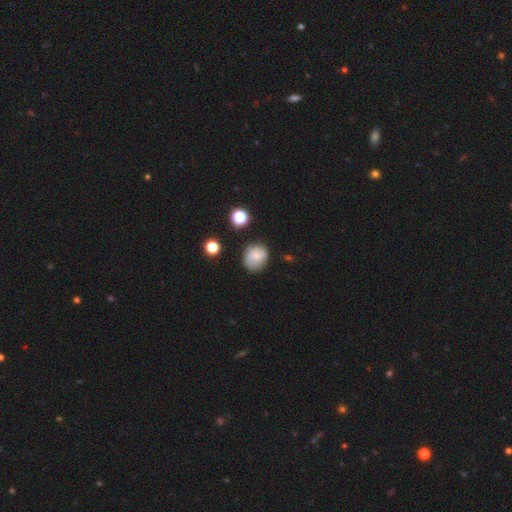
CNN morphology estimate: A smooth galaxy with no disk features (65%) that is round (73%).

Vote fractions:
- Smooth or featured? smooth: 65% / featured or disk: 24% / star or artifact: 11%
- How rounded? round: 73% / in between: 26% / cigar-shaped: 1%
- Merging? none: 69% / minor disturbance: 22% / major disturbance: 6% / merger: 3%